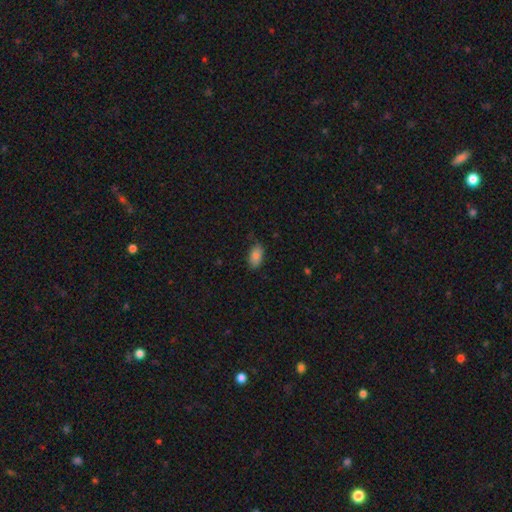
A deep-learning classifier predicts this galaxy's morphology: Smooth or featured? smooth (82%)
How rounded? in between (93%)
Merging? none (79%)